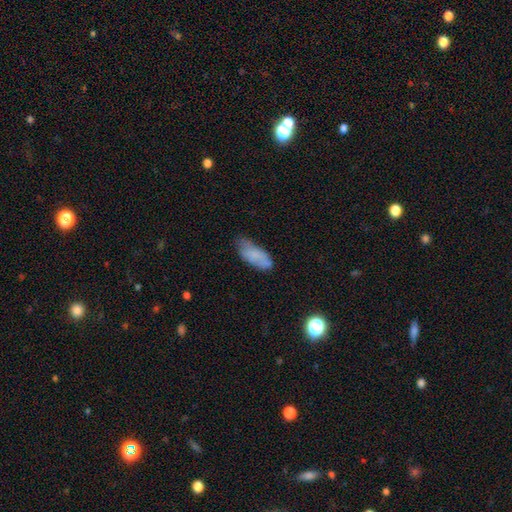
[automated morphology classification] Smooth or featured? Predicted: smooth (p=0.75). How rounded? Predicted: in between (p=0.82). Merging? Predicted: none (p=0.57).